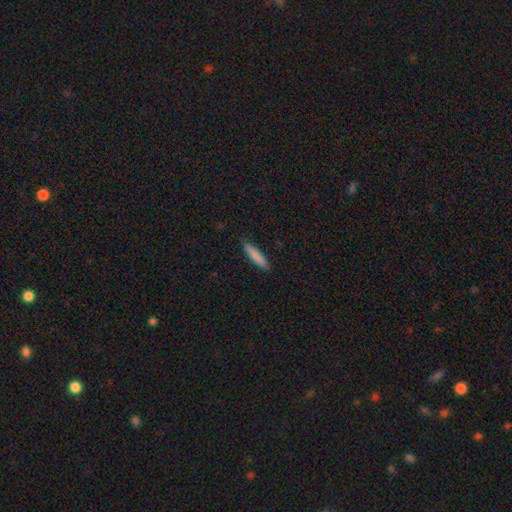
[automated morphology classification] Smooth or featured: smooth — 85% (featured or disk — 9%)
How rounded: cigar-shaped — 87% (in between — 11%)
Merging: none — 86% (minor disturbance — 11%)